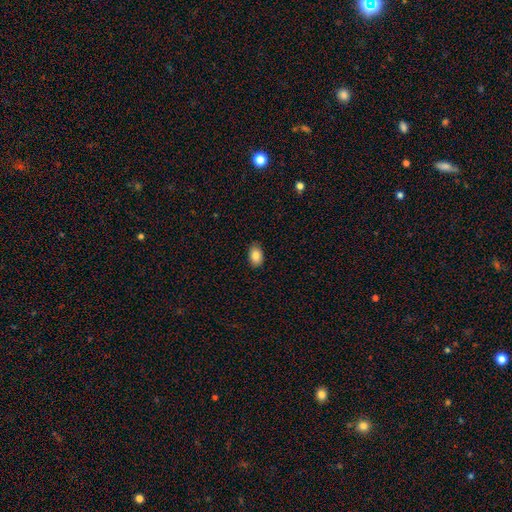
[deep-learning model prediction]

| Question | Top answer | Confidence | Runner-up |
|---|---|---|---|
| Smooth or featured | smooth | 86% | star or artifact (8%) |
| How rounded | in between | 86% | round (13%) |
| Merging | none | 88% | minor disturbance (10%) |